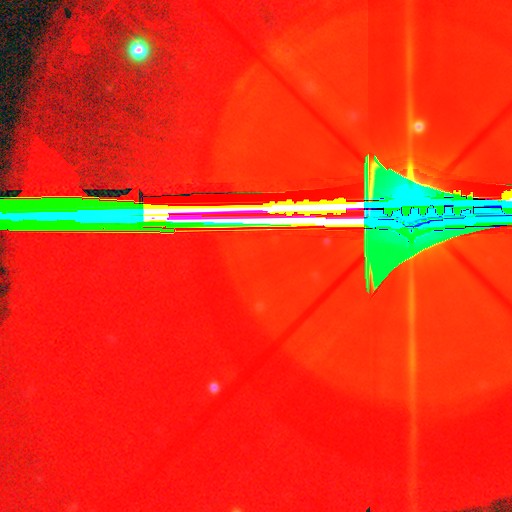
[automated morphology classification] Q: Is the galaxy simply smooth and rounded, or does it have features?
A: star or artifact — 88%.